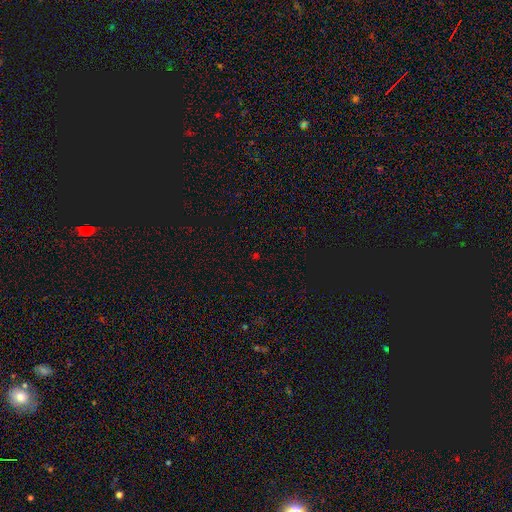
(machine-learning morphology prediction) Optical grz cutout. It shows a star or artifact, not a galaxy (66%).